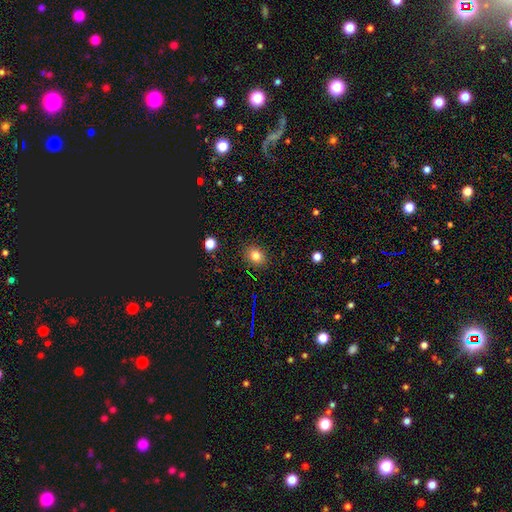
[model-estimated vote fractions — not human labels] This is likely a smooth galaxy (79%). How rounded: possibly round (60%). Merging: clearly none (89%).